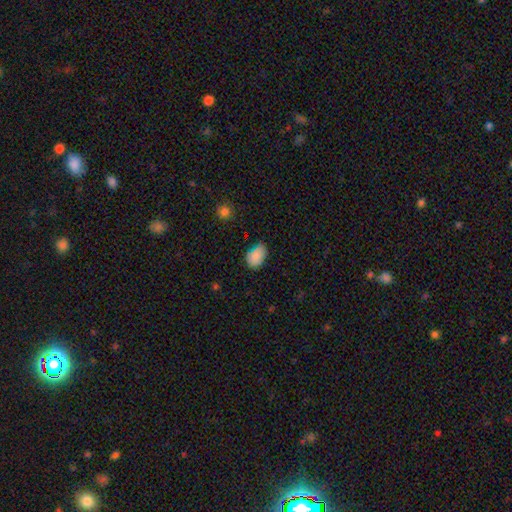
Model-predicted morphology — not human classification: smooth 84%, star or artifact 11%, featured or disk 5%. Down the decision tree: how rounded — in between (84%); merging — none (68%).